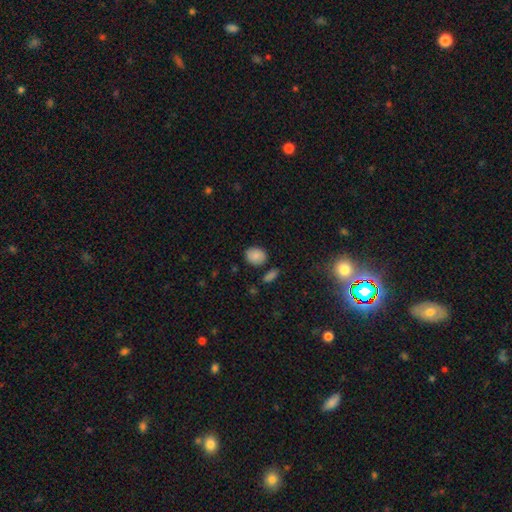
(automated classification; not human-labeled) smooth-or-featured: smooth: 83% | star or artifact: 9% | featured or disk: 8%
  how-rounded: in between: 52% | round: 47% | cigar-shaped: 1%
  merging: none: 80% | minor disturbance: 13% | merger: 4% | major disturbance: 3%